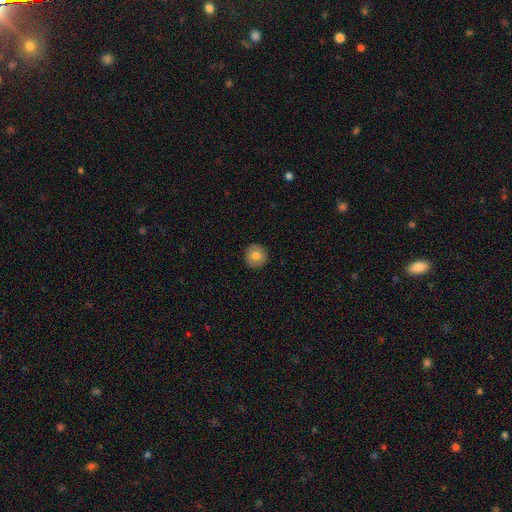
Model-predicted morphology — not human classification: Smooth or featured? smooth (78%)
How rounded? round (95%)
Merging? none (92%)